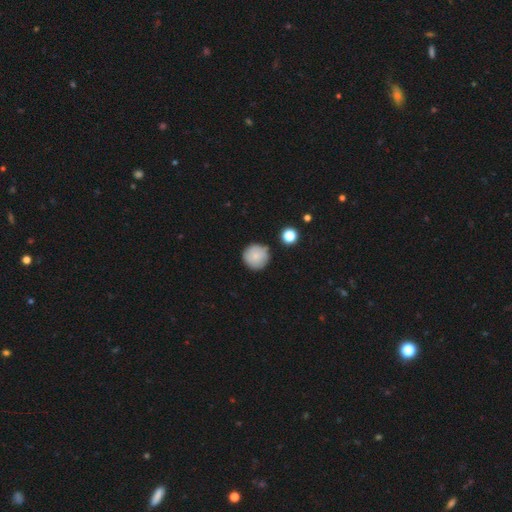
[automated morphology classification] The model was most divided on "smooth or featured": smooth: 80%, featured or disk: 12%, star or artifact: 8%. More confident: how rounded — round (96%); merging — none (83%).